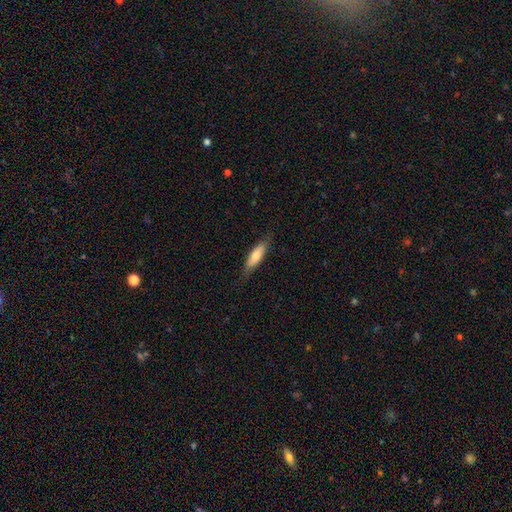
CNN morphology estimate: Q: Smooth or featured?
A: smooth (73%); runner-up: featured or disk (22%)
Q: How rounded?
A: cigar-shaped (57%); runner-up: in between (41%)
Q: Merging?
A: none (80%); runner-up: minor disturbance (16%)